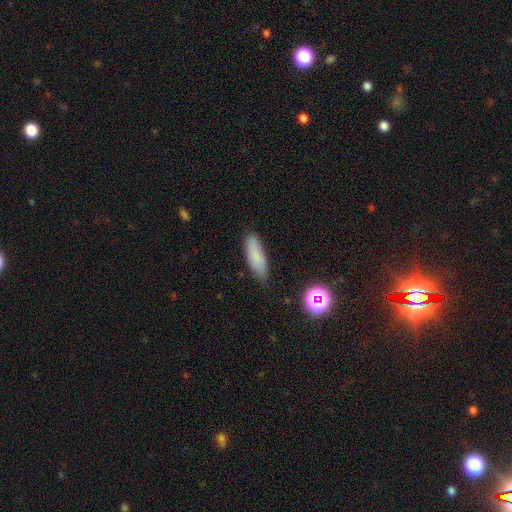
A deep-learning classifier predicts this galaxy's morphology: A smooth galaxy with no disk features (79%) that is in between round and cigar-shaped (50%). Merging: none (77%).